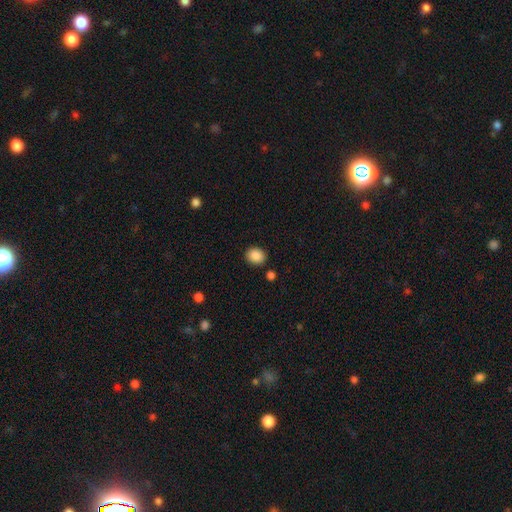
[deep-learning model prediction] Morphology: type=smooth (88%); roundness=round (58%); merging=none (87%).